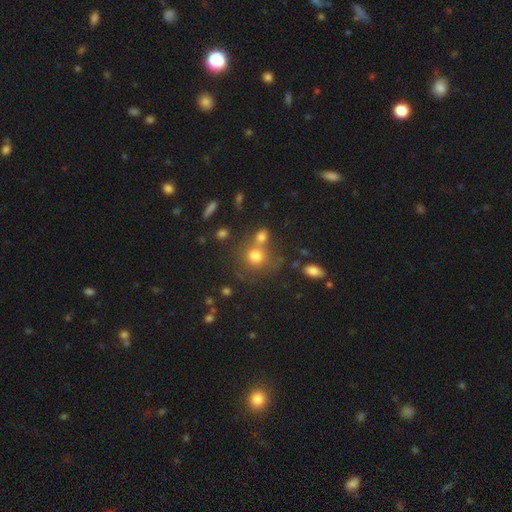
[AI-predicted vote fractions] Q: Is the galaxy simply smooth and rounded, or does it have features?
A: smooth — 74%.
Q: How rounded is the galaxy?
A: round — 77%.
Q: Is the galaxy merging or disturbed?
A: none — 50%.